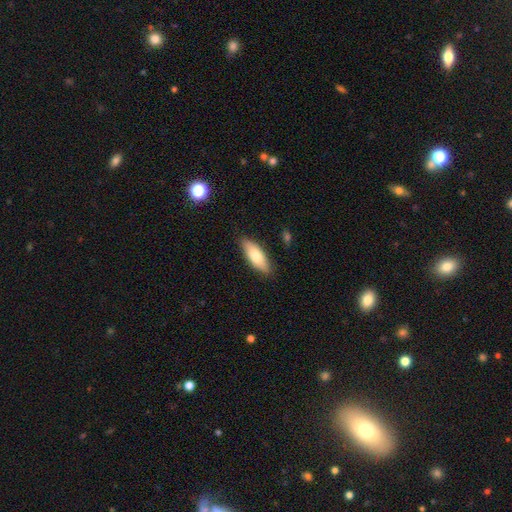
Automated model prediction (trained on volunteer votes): Smooth or featured? smooth (75%)
How rounded? in between (70%)
Merging? none (85%)